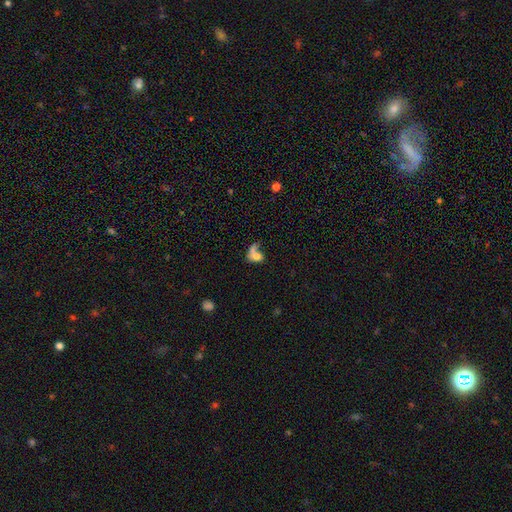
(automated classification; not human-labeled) Morphology: type=smooth (67%); roundness=in between (63%); merging=merger (51%).